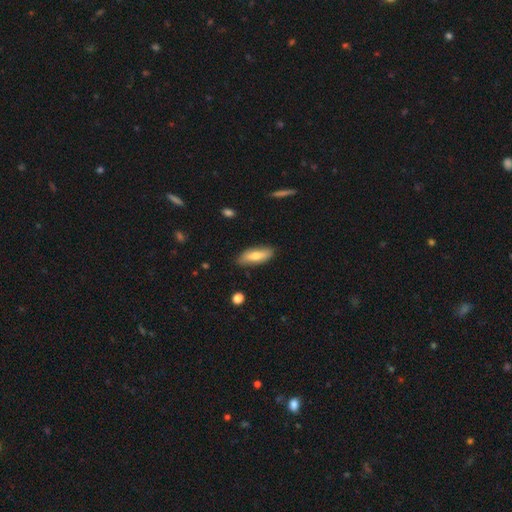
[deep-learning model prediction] smooth-or-featured: smooth: 66% | featured or disk: 28% | star or artifact: 6%
  how-rounded: in between: 62% | cigar-shaped: 36% | round: 2%
  merging: none: 82% | minor disturbance: 14% | major disturbance: 2% | merger: 2%